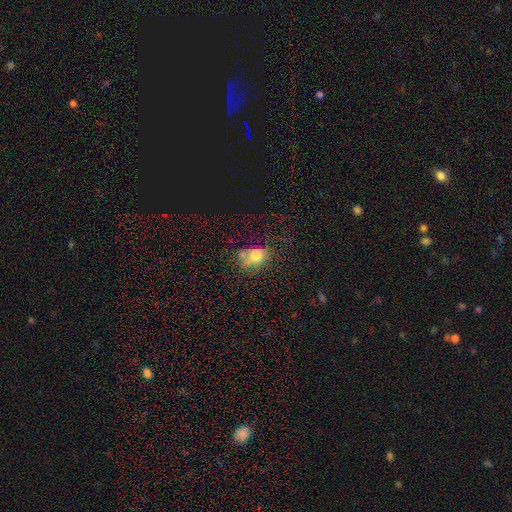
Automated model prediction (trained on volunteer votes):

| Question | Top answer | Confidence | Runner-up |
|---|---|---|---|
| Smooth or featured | smooth | 70% | featured or disk (16%) |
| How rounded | in between | 54% | round (44%) |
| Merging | none | 45% | minor disturbance (25%) |